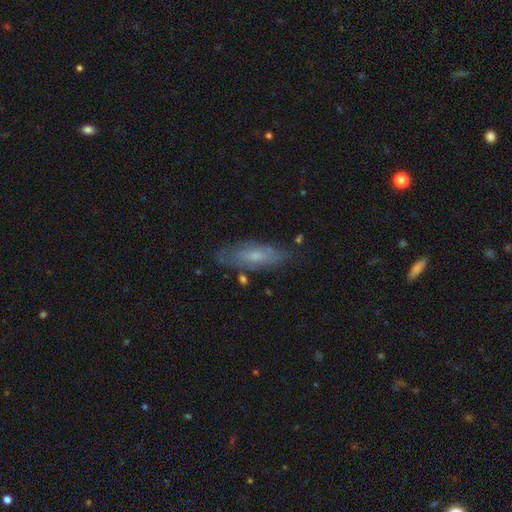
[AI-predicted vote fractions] Smooth or featured? smooth (50%)
How rounded? in between (58%)
Merging? none (74%)